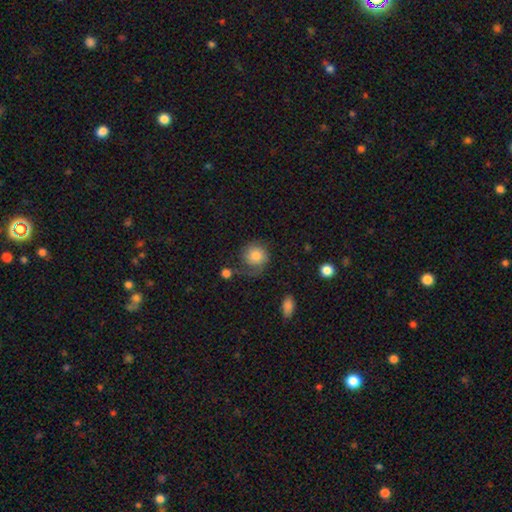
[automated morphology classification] Q: Smooth or featured?
A: smooth (69%); runner-up: featured or disk (23%)
Q: How rounded?
A: round (86%); runner-up: in between (13%)
Q: Merging?
A: none (48%); runner-up: major disturbance (24%)